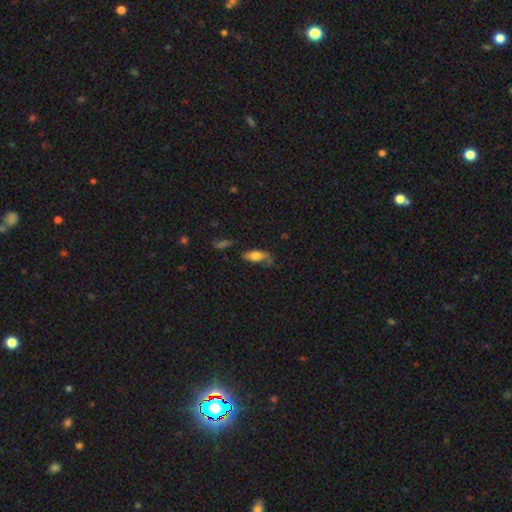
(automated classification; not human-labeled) Overall: smooth (65%; featured or disk 26%). How rounded: in between (81%). Merging: none (45%; minor disturbance 30%).